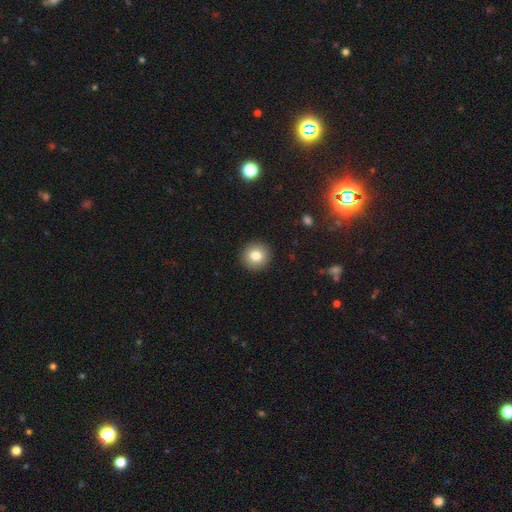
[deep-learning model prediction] Overall: smooth (82%). How rounded: round (93%). Merging: none (93%).